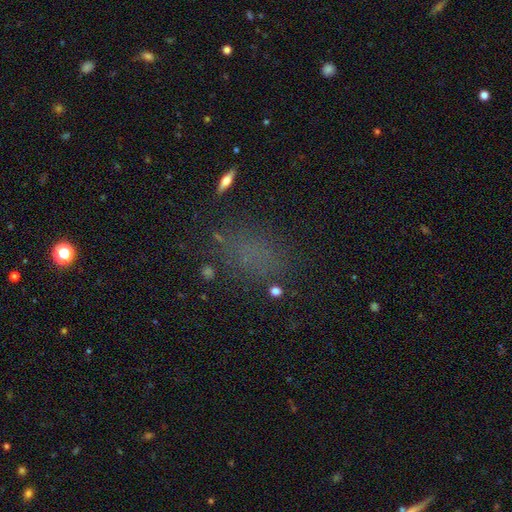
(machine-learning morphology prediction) Overall: smooth (57%; star or artifact 29%). How rounded: in between (72%). Merging: none (66%).